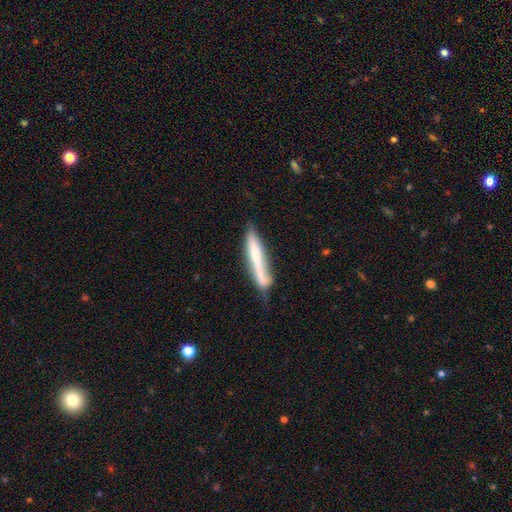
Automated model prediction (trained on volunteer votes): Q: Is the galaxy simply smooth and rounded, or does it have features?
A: smooth — 58%.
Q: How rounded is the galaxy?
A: cigar-shaped — 91%.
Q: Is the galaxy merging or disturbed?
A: none — 52%.